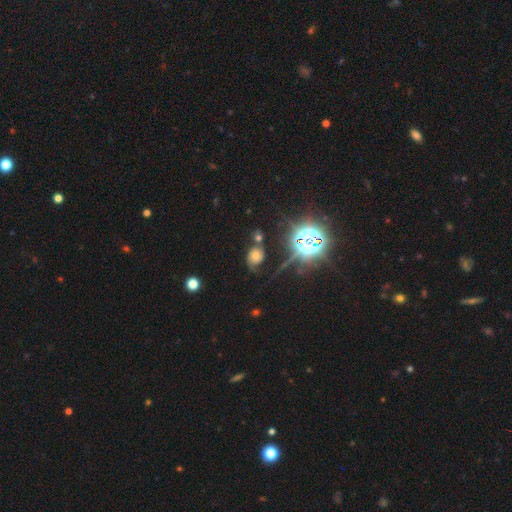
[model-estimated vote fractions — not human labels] Overall: smooth (44%; star or artifact 33%). Merging: none (57%; minor disturbance 20%).